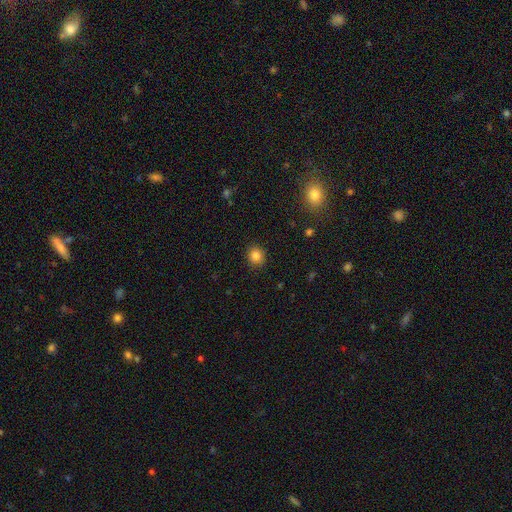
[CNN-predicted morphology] The model was most divided on "how rounded": round: 84%, in between: 15%, cigar-shaped: 1%. More confident: merging — none (90%); smooth or featured — smooth (84%).